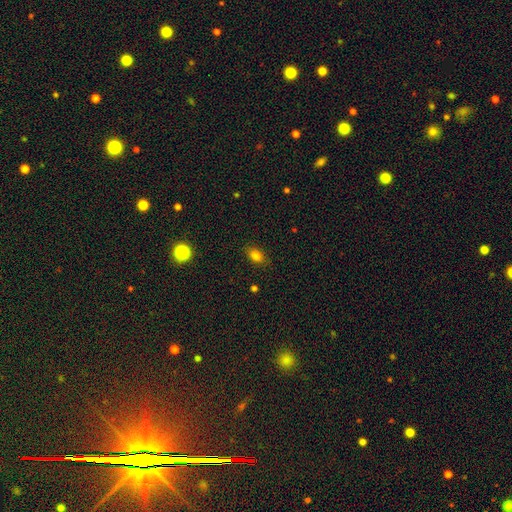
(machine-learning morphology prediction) Smooth or featured? smooth (79%)
How rounded? in between (82%)
Merging? none (85%)